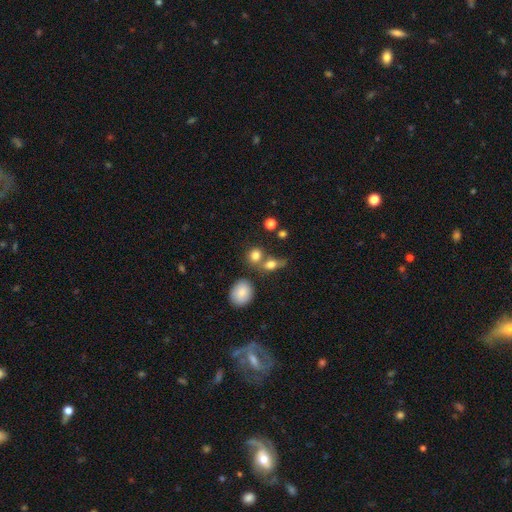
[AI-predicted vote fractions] smooth-or-featured: smooth: 80% | star or artifact: 11% | featured or disk: 9%
  how-rounded: round: 69% | in between: 29% | cigar-shaped: 2%
  merging: none: 52% | merger: 33% | minor disturbance: 10% | major disturbance: 5%